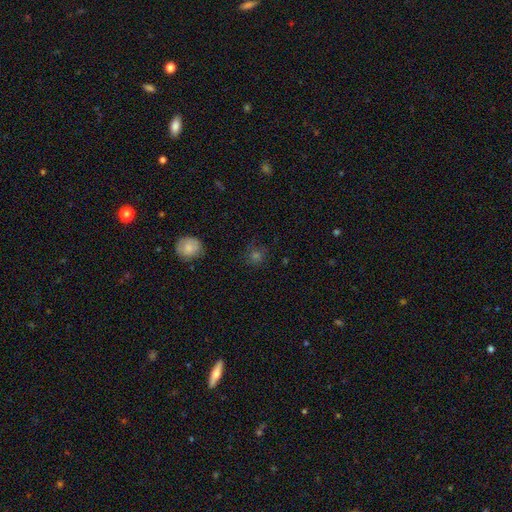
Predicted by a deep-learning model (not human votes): A smooth galaxy with no disk features (57%) that is round (90%). Merging: none (83%).